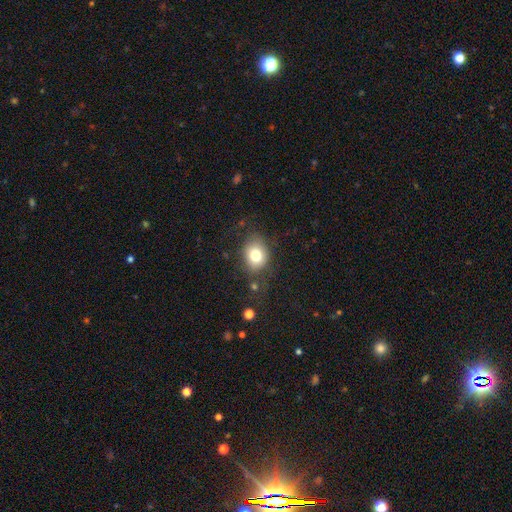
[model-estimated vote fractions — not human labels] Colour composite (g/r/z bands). It shows a smooth galaxy with no disk features (76%) that is in between round and cigar-shaped (50%). Merging: none (74%).